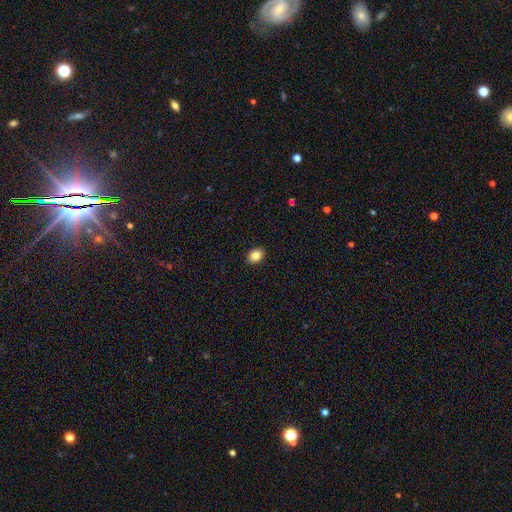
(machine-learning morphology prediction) The model was most divided on "how rounded": in between: 72%, round: 27%, cigar-shaped: 1%. More confident: merging — none (90%); smooth or featured — smooth (84%).